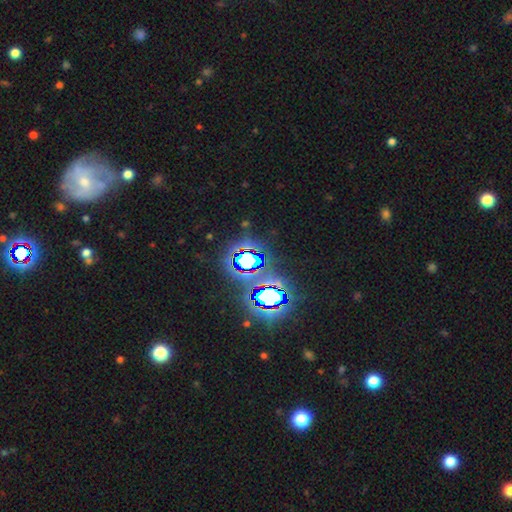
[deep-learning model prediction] smooth-or-featured: star or artifact: 80% | smooth: 12% | featured or disk: 8%